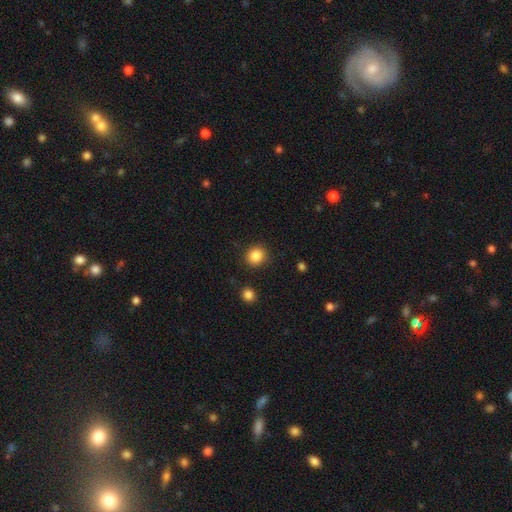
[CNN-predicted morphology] smooth 86%, star or artifact 10%, featured or disk 4%. Down the decision tree: how rounded — round (85%); merging — none (87%).